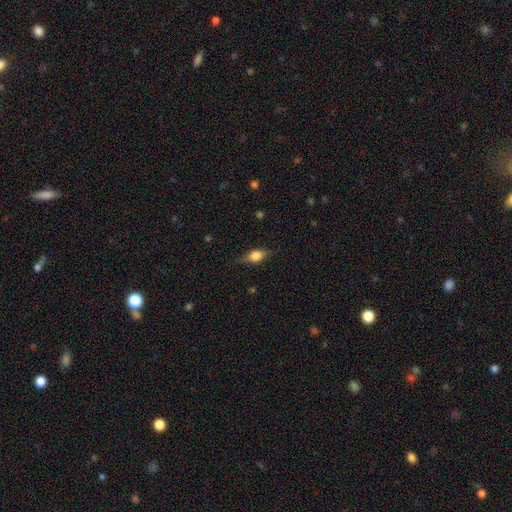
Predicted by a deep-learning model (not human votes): smooth-or-featured: smooth: 52% | featured or disk: 39% | star or artifact: 8%
  how-rounded: in between: 68% | cigar-shaped: 21% | round: 12%
  merging: none: 77% | minor disturbance: 17% | major disturbance: 4% | merger: 1%